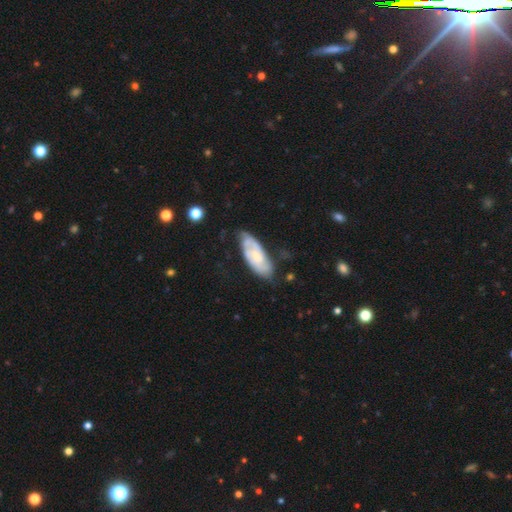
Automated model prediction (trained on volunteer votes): A featured or disk galaxy (60%) with no bar (65%), spiral arms (83%) and a small central bulge (48%). Merging: none (61%).